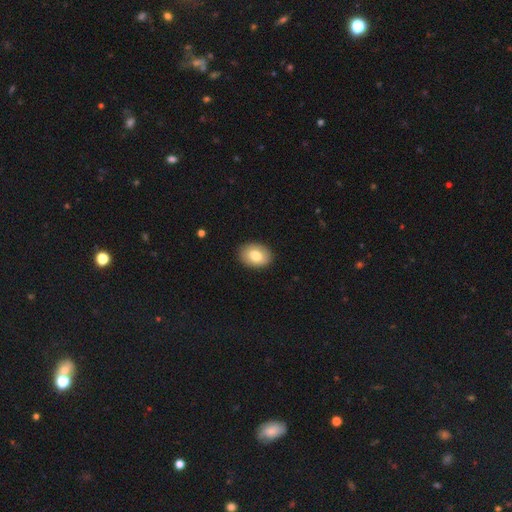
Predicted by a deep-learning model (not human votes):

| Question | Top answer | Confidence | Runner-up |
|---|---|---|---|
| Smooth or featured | smooth | 78% | featured or disk (15%) |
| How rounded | in between | 76% | round (23%) |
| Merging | none | 89% | minor disturbance (8%) |